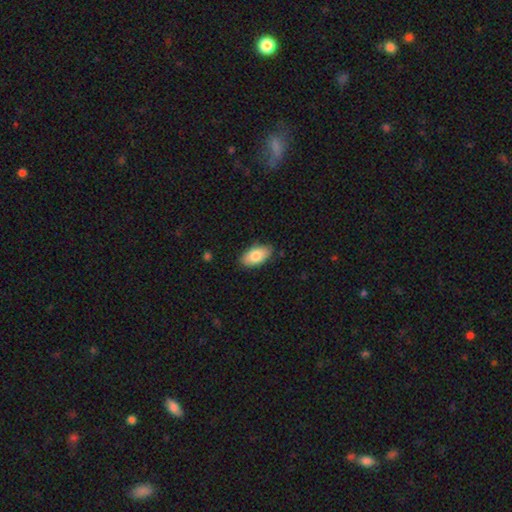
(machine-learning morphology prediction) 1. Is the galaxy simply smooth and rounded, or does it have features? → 81% smooth, 13% featured or disk, 6% star or artifact.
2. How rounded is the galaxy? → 94% in between, 4% round, 3% cigar-shaped.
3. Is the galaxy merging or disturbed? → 85% none, 12% minor disturbance, 2% major disturbance, 1% merger.